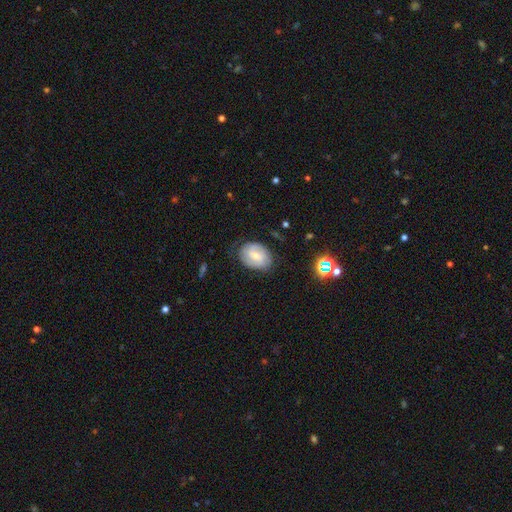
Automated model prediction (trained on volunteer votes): A featured or disk galaxy (52%) with a weak bar (51%), spiral arms (78%) and a small central bulge (51%). Merging: none (70%).